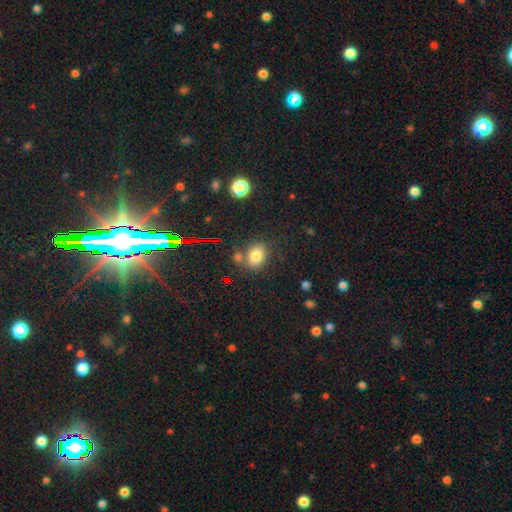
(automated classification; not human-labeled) Overall: smooth (76%). How rounded: in between (53%; round 46%). Merging: none (65%).